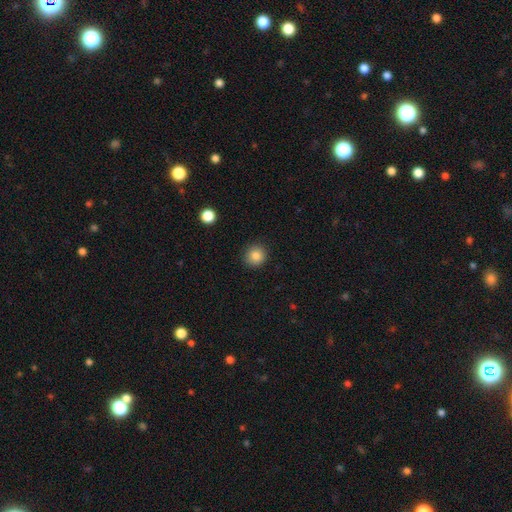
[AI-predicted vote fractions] The model was most divided on "smooth or featured": smooth: 85%, star or artifact: 10%, featured or disk: 5%. More confident: merging — none (90%); how rounded — round (89%).